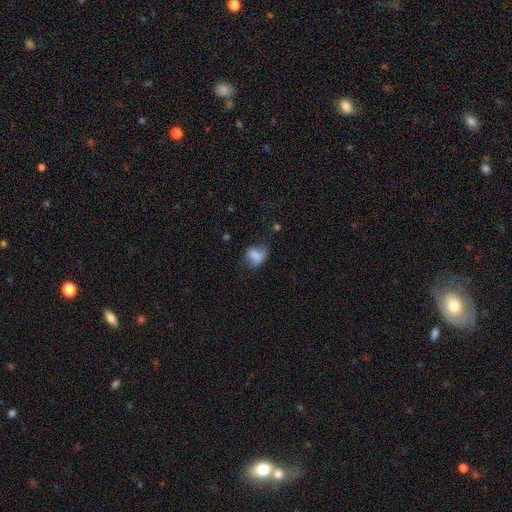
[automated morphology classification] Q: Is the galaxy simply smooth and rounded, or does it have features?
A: smooth — 72%.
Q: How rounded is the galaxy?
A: in between — 67%.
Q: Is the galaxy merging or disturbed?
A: none — 38%.